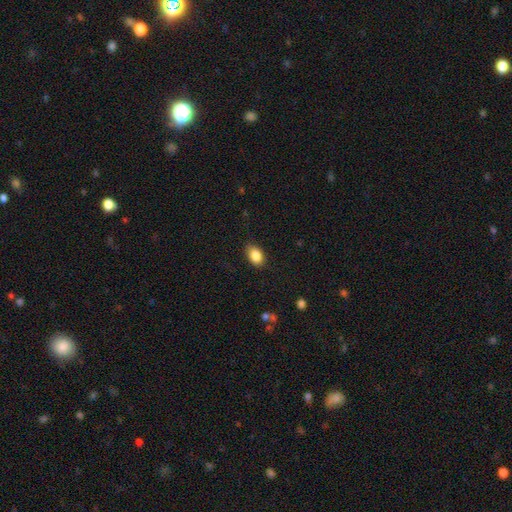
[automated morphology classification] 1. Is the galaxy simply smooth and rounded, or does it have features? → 86% smooth, 8% star or artifact, 6% featured or disk.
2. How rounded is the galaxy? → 83% in between, 15% round, 1% cigar-shaped.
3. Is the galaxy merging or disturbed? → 82% none, 14% minor disturbance, 3% major disturbance, 1% merger.